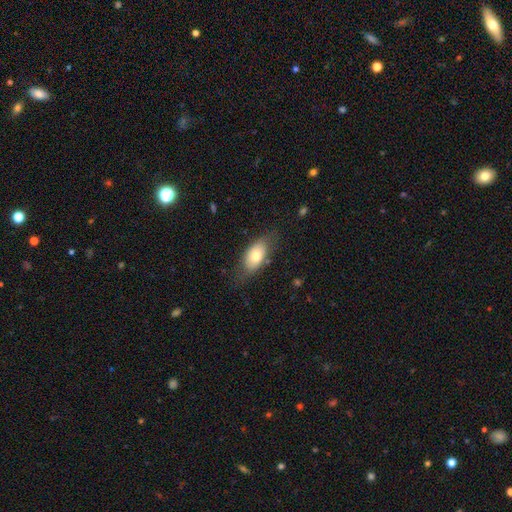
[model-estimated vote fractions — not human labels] Smooth or featured?
  - smooth: 71% *
  - featured or disk: 22%
  - star or artifact: 7%
How rounded?
  - in between: 90% *
  - round: 6%
  - cigar-shaped: 4%
Merging?
  - none: 70% *
  - minor disturbance: 21%
  - major disturbance: 8%
  - merger: 2%